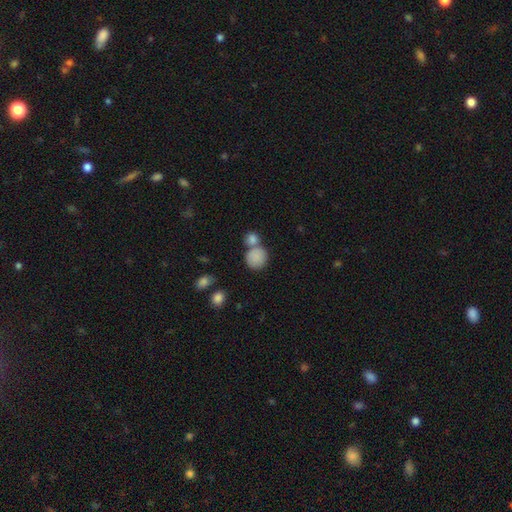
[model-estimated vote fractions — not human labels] smooth 85%, star or artifact 8%, featured or disk 7%. Down the decision tree: how rounded — round (82%); merging — none (49%).